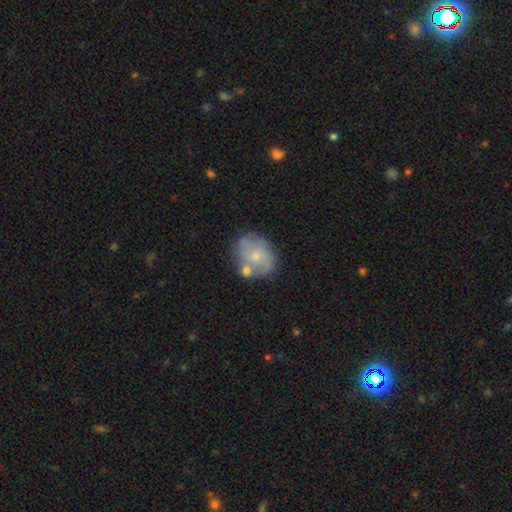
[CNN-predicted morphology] A featured or disk galaxy (50%).

Vote fractions:
- Smooth or featured? featured or disk: 50% / smooth: 41% / star or artifact: 8%
- Edge-on disk? no: 97% / yes: 3%
- Merging? none: 57% / minor disturbance: 21% / merger: 15% / major disturbance: 7%